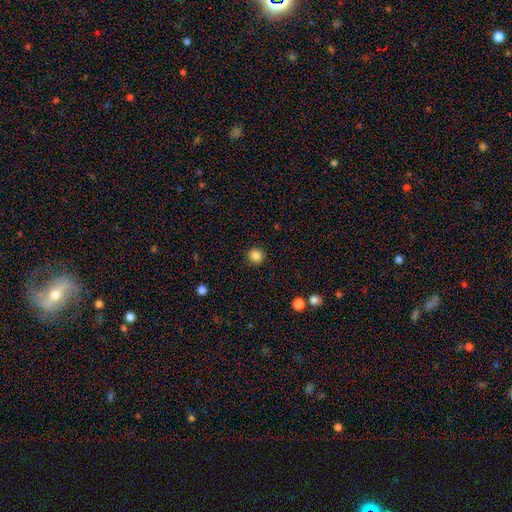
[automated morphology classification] Q: Smooth or featured?
A: smooth (85%); runner-up: star or artifact (11%)
Q: How rounded?
A: round (93%); runner-up: in between (6%)
Q: Merging?
A: none (91%); runner-up: minor disturbance (6%)